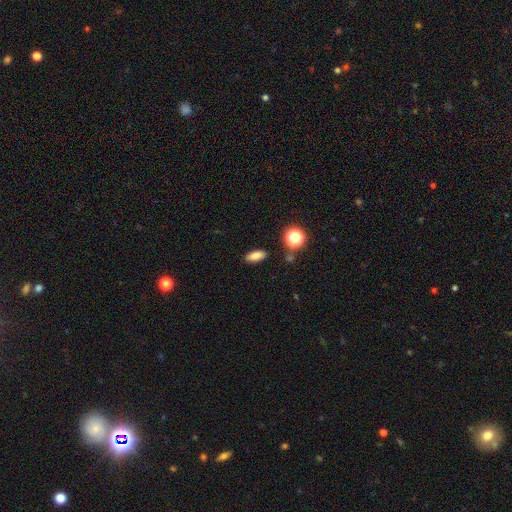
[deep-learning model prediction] This appears to be a smooth galaxy with no disk features (81%) that is in between round and cigar-shaped (77%). Merging: none (87%).